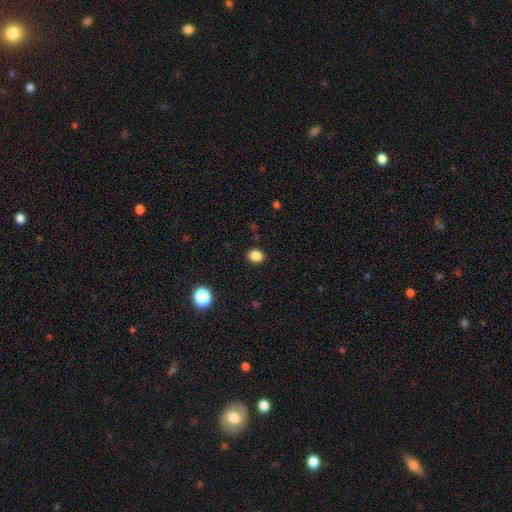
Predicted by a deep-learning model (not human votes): A smooth galaxy with no disk features (85%) that is round (62%).

Vote fractions:
- Smooth or featured? smooth: 85% / star or artifact: 11% / featured or disk: 3%
- How rounded? round: 62% / in between: 38% / cigar-shaped: 1%
- Merging? none: 89% / minor disturbance: 8% / major disturbance: 2% / merger: 1%